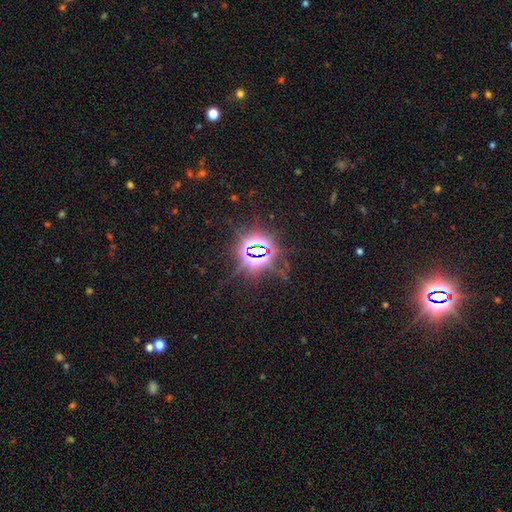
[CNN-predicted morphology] A star or artifact, not a galaxy (83%).